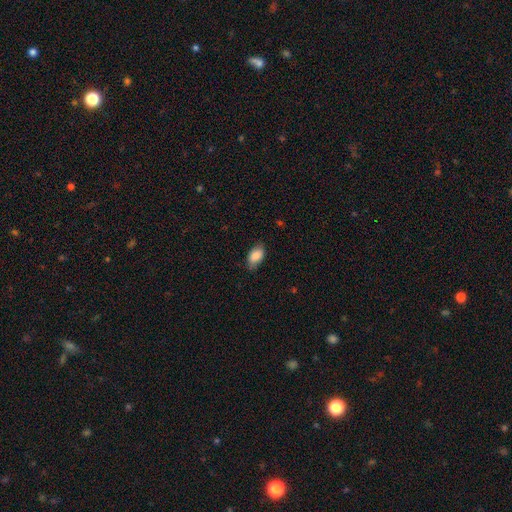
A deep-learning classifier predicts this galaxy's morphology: smooth 87%, star or artifact 7%, featured or disk 6%. Down the decision tree: how rounded — in between (91%); merging — none (76%).